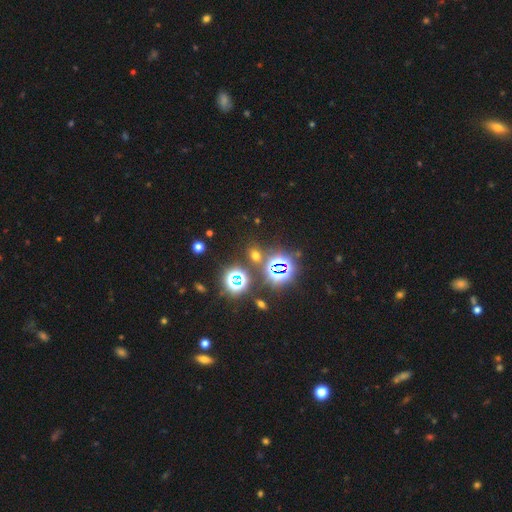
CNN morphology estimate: smooth_or_featured: star or artifact (p=0.50) [alt: smooth p=0.43]